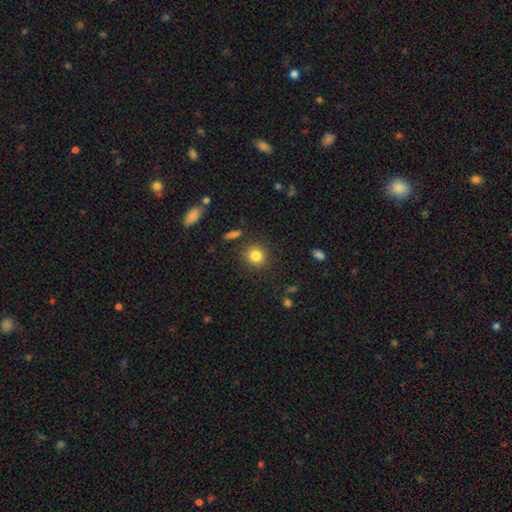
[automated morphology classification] Overall: smooth (83%). How rounded: round (87%). Merging: none (87%).